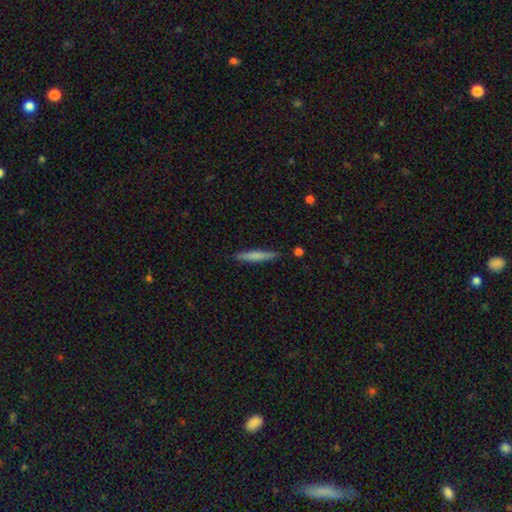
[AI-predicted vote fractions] Smooth or featured?
  - smooth: 69% *
  - featured or disk: 25%
  - star or artifact: 6%
How rounded?
  - cigar-shaped: 94% *
  - in between: 4%
  - round: 1%
Merging?
  - none: 87% *
  - minor disturbance: 9%
  - merger: 2%
  - major disturbance: 2%